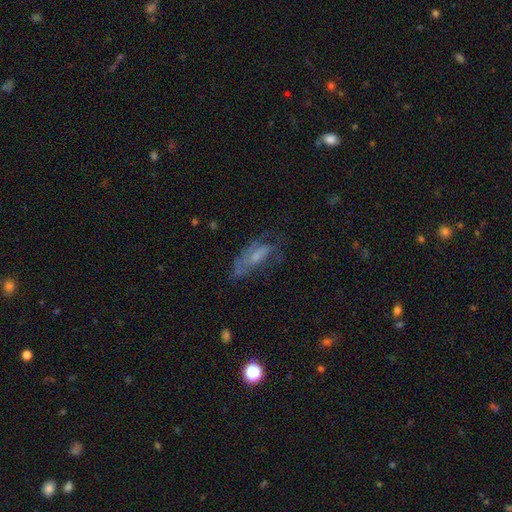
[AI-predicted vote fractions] The model was most divided on "smooth or featured": featured or disk: 52%, smooth: 36%, star or artifact: 12%. Remaining: edge-on disk — no (87%); merging — none (44%).